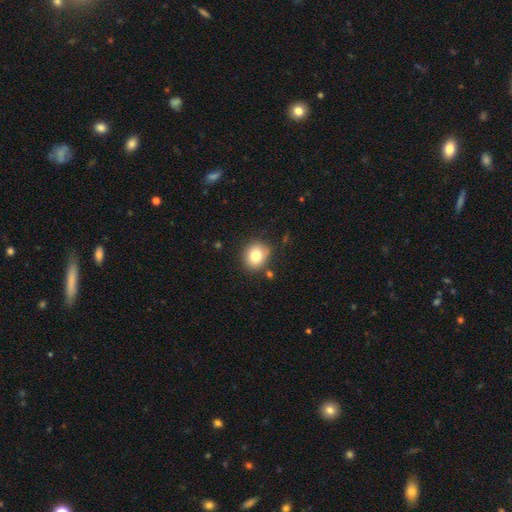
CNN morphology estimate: This is likely a smooth galaxy (80%). How rounded: likely round (71%). Merging: clearly none (80%).